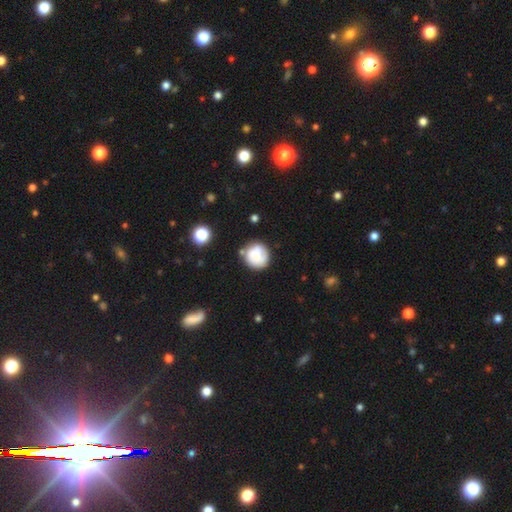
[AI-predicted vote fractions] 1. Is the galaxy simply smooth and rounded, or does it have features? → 59% smooth, 32% featured or disk, 9% star or artifact.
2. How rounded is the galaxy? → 90% round, 9% in between, 1% cigar-shaped.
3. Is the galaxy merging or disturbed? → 66% none, 20% minor disturbance, 7% major disturbance, 7% merger.